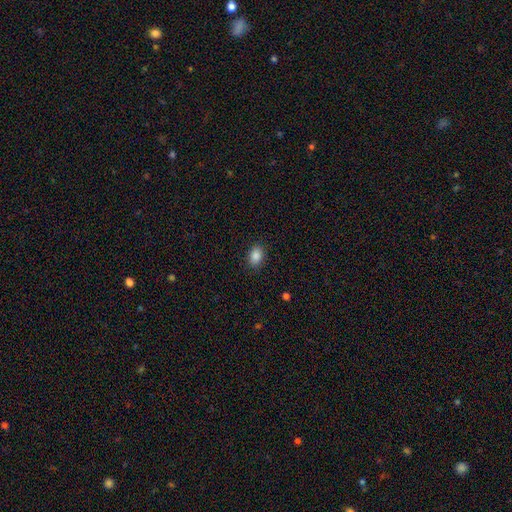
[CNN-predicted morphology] Overall: smooth (87%). How rounded: in between (82%). Merging: none (88%).